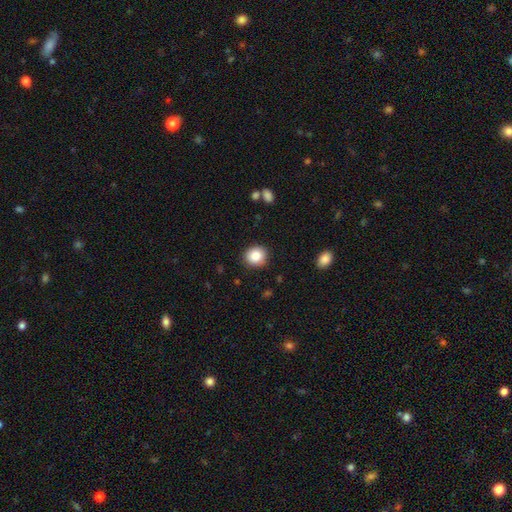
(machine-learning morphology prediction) smooth-or-featured: smooth: 86% | star or artifact: 9% | featured or disk: 6%
  how-rounded: round: 85% | in between: 14% | cigar-shaped: 1%
  merging: none: 90% | minor disturbance: 7% | major disturbance: 2% | merger: 1%